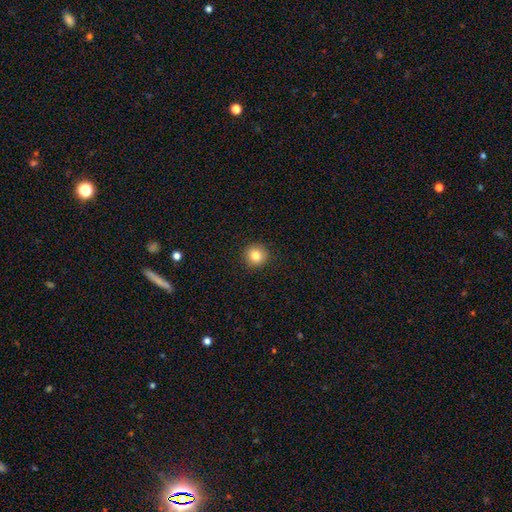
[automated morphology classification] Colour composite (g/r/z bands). It shows a smooth galaxy with no disk features (83%) that is round (92%). Merging: none (91%).